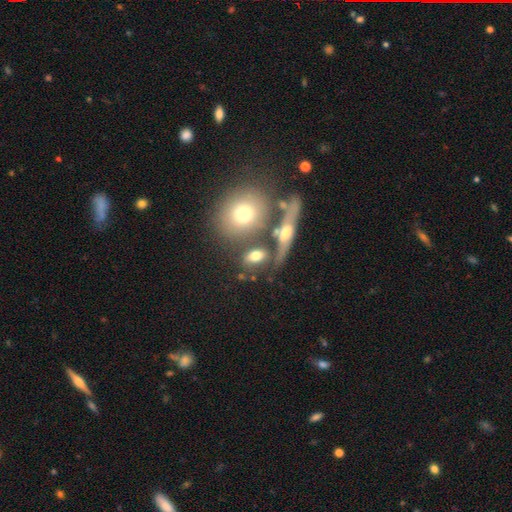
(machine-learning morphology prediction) type=smooth (68%); roundness=in between (71%); merging=none (58%).